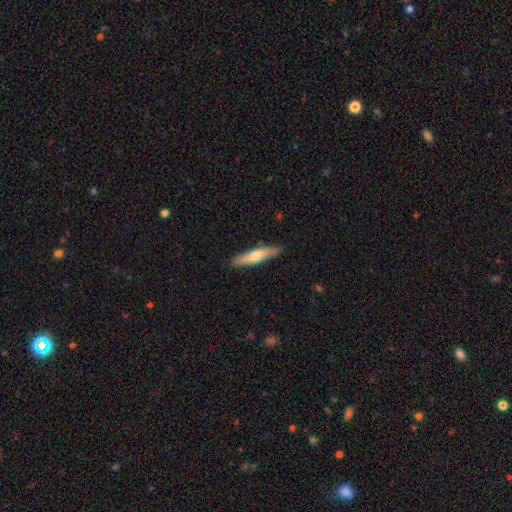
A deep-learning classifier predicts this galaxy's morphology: type=smooth (57%); roundness=cigar-shaped (82%); merging=none (88%).